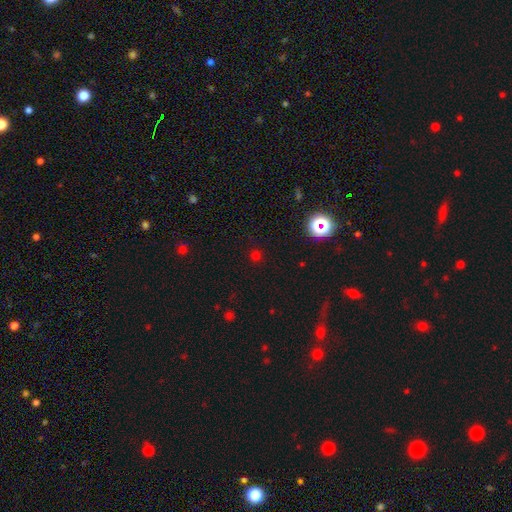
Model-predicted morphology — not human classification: Smooth or featured? Predicted: smooth (p=0.58). How rounded? Predicted: round (p=0.93). Merging? Predicted: none (p=0.87).